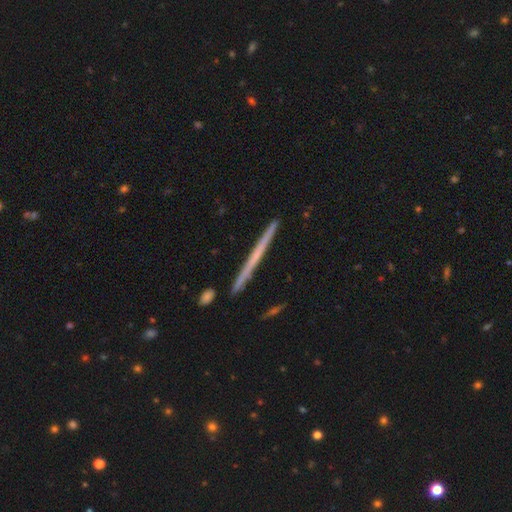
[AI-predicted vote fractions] featured or disk 58%, smooth 37%, star or artifact 6%. Down the decision tree: edge-on disk — yes (98%); edge-on bulge — none (86%); merging — none (91%).